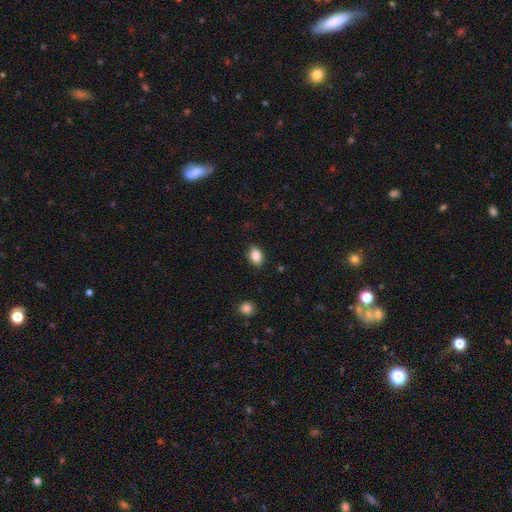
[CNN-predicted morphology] A smooth galaxy with no disk features (85%) that is in between round and cigar-shaped (76%).

Vote fractions:
- Smooth or featured? smooth: 85% / star or artifact: 9% / featured or disk: 6%
- How rounded? in between: 76% / round: 22% / cigar-shaped: 1%
- Merging? none: 86% / minor disturbance: 10% / major disturbance: 2% / merger: 1%